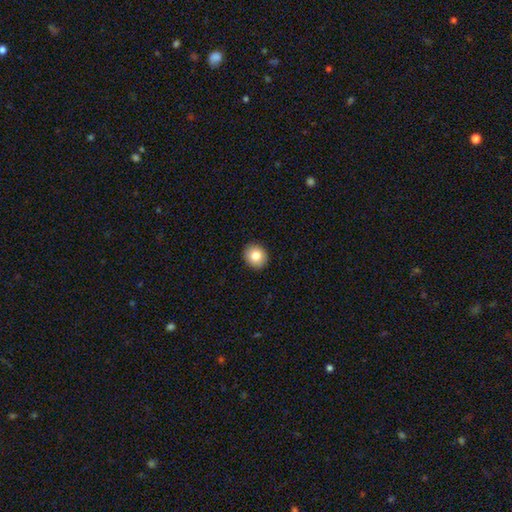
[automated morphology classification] A smooth galaxy with no disk features (82%) that is round (79%).

Vote fractions:
- Smooth or featured? smooth: 82% / star or artifact: 9% / featured or disk: 9%
- How rounded? round: 79% / in between: 21% / cigar-shaped: 1%
- Merging? none: 92% / minor disturbance: 6% / major disturbance: 2% / merger: 1%